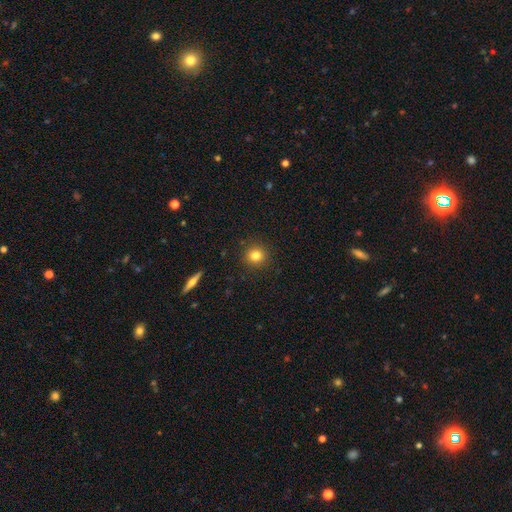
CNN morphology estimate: Smooth or featured?
  - smooth: 81% *
  - star or artifact: 12%
  - featured or disk: 7%
How rounded?
  - round: 92% *
  - in between: 7%
  - cigar-shaped: 1%
Merging?
  - none: 91% *
  - minor disturbance: 6%
  - major disturbance: 2%
  - merger: 1%